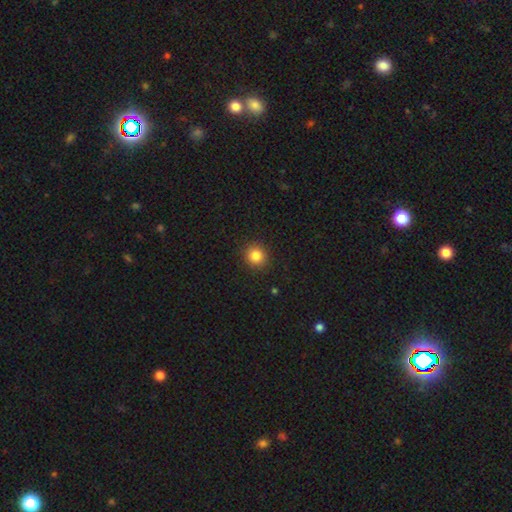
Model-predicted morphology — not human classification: smooth_or_featured: smooth (p=0.84) [alt: star or artifact p=0.11]
how_rounded: round (p=0.90) [alt: in between p=0.09]
merging: none (p=0.91) [alt: minor disturbance p=0.06]